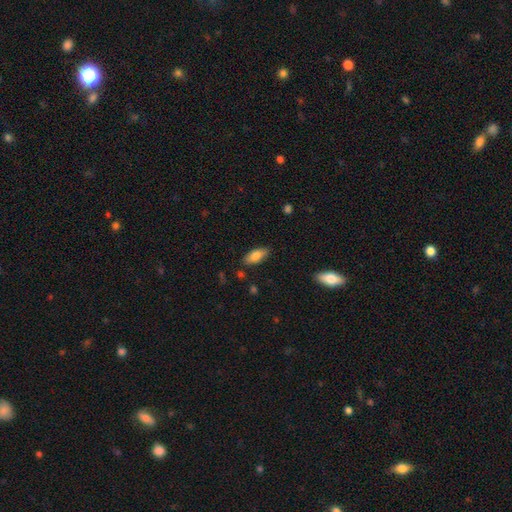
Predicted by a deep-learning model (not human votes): Q: Smooth or featured?
A: smooth (82%); runner-up: featured or disk (11%)
Q: How rounded?
A: in between (85%); runner-up: cigar-shaped (13%)
Q: Merging?
A: none (84%); runner-up: minor disturbance (12%)